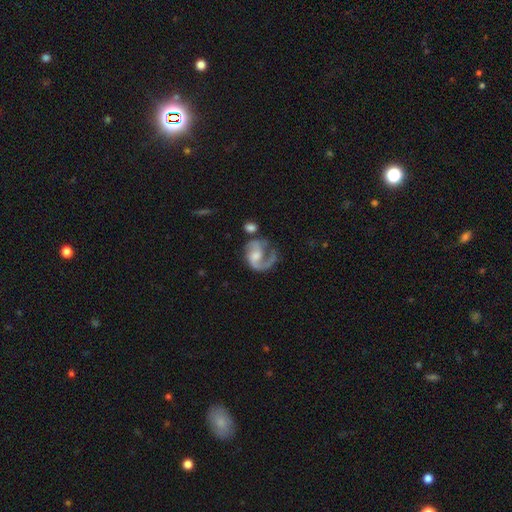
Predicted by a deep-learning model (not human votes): This appears to be a featured or disk galaxy (81%) with no bar (49%), 2 (60%) medium (48%) spiral arms (93%) and a moderate central bulge (42%). Merging: none (45%).